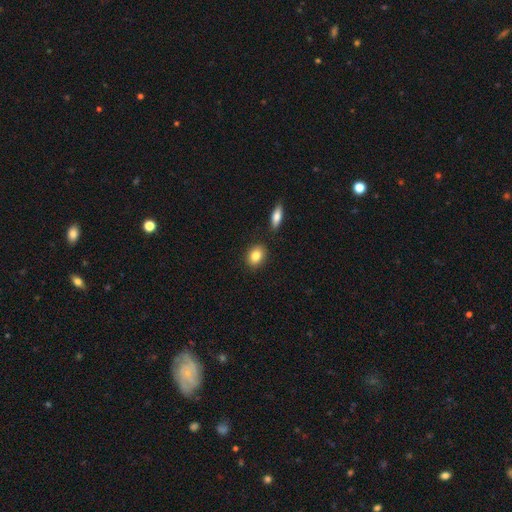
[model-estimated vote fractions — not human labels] Overall: smooth (84%). How rounded: in between (67%; round 31%). Merging: none (85%).